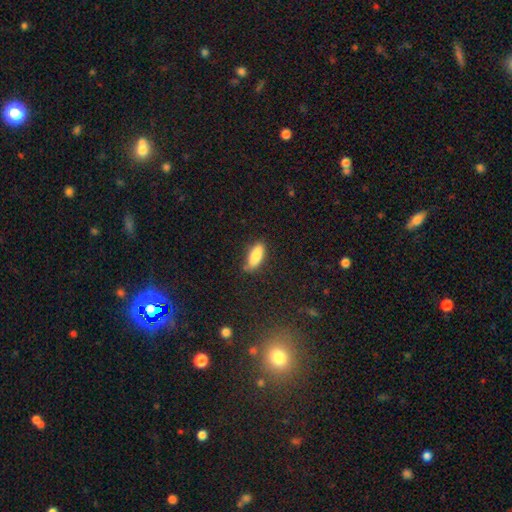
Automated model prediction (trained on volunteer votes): Morphology: type=smooth (84%); roundness=in between (73%); merging=none (76%).